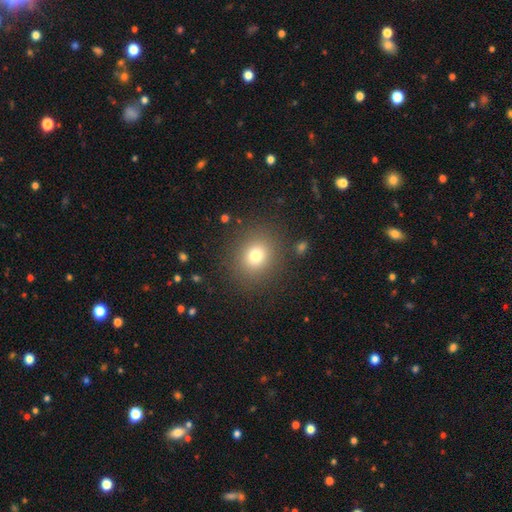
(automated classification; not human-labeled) A smooth galaxy with no disk features (75%) that is round (79%).

Vote fractions:
- Smooth or featured? smooth: 75% / star or artifact: 15% / featured or disk: 10%
- How rounded? round: 79% / in between: 20% / cigar-shaped: 1%
- Merging? none: 87% / minor disturbance: 7% / major disturbance: 4% / merger: 2%